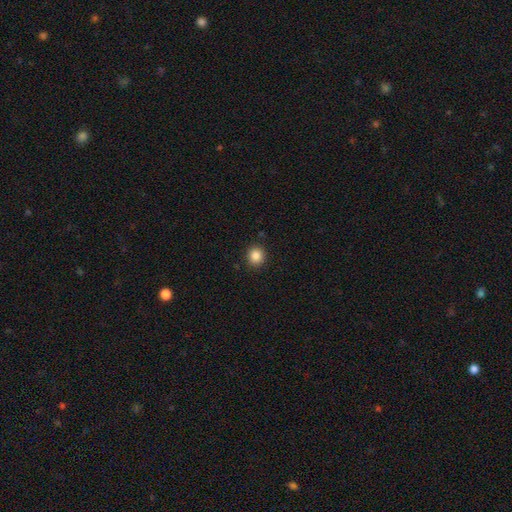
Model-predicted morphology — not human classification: This is clearly a smooth galaxy (86%). How rounded: clearly round (84%). Merging: clearly none (90%).